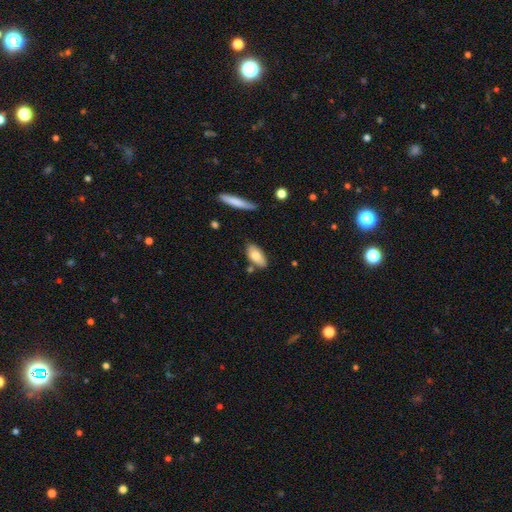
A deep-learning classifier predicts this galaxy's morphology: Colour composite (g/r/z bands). It shows a smooth galaxy with no disk features (77%) that is in between round and cigar-shaped (85%). Merging: none (77%).